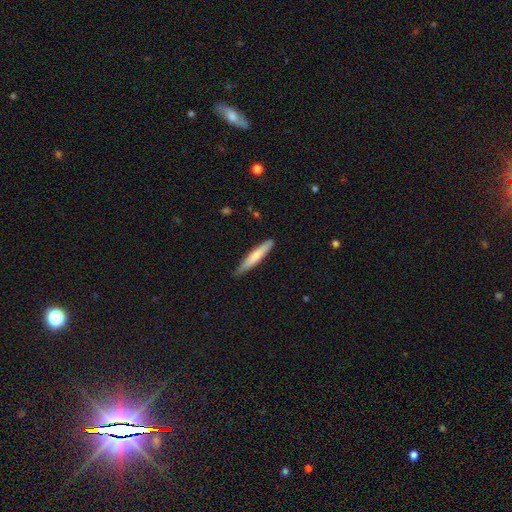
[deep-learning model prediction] smooth_or_featured: smooth (p=0.69) [alt: featured or disk p=0.26]
how_rounded: cigar-shaped (p=0.92) [alt: in between p=0.07]
merging: none (p=0.84) [alt: minor disturbance p=0.13]